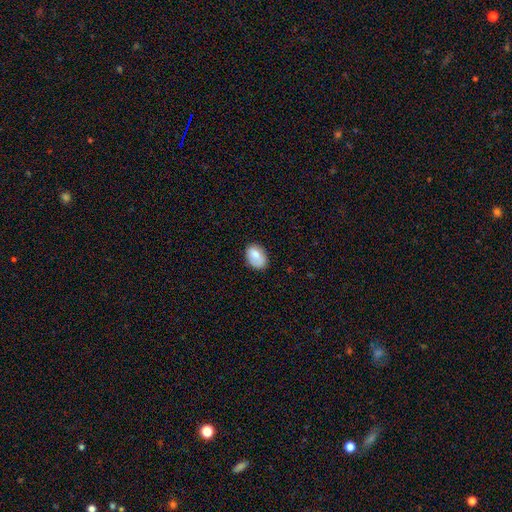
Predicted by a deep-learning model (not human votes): This appears to be a smooth galaxy with no disk features (80%) that is in between round and cigar-shaped (79%). Merging: none (70%).